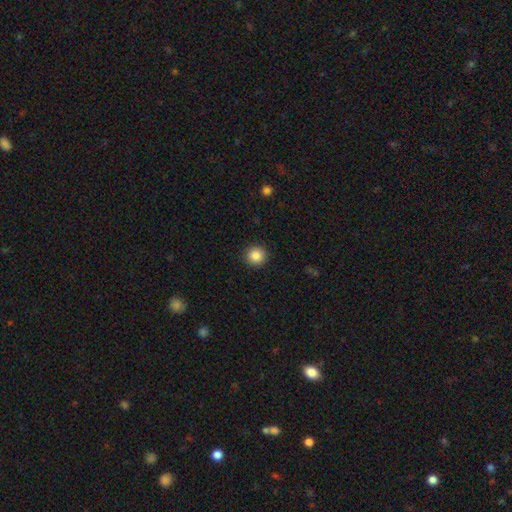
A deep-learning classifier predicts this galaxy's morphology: smooth_or_featured: smooth (p=0.87) [alt: star or artifact p=0.09]
how_rounded: round (p=0.94) [alt: in between p=0.05]
merging: none (p=0.92) [alt: minor disturbance p=0.06]